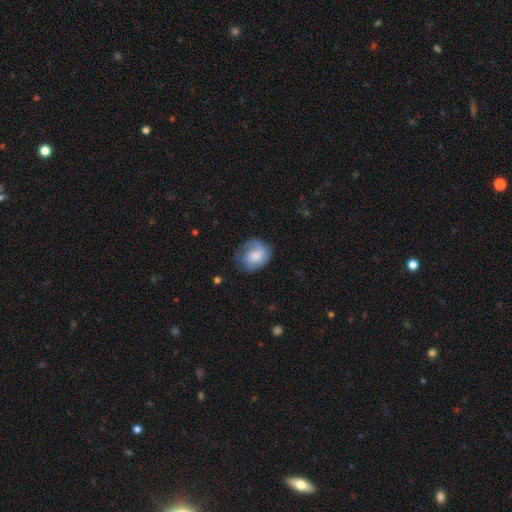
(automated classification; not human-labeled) A smooth galaxy with no disk features (50%) that is round (58%). Merging: none (57%).